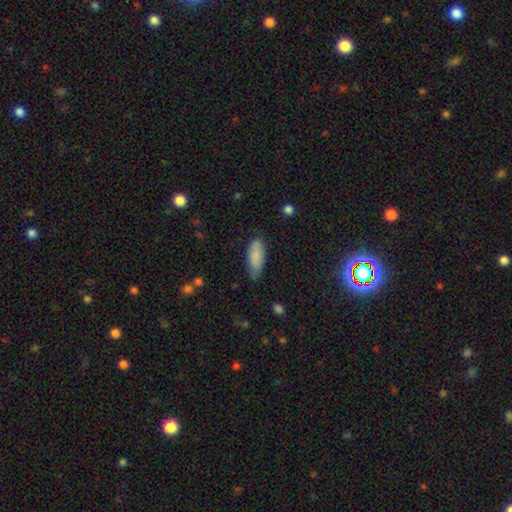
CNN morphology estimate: A smooth galaxy with no disk features (84%) that is in between round and cigar-shaped (77%). Merging: none (68%).